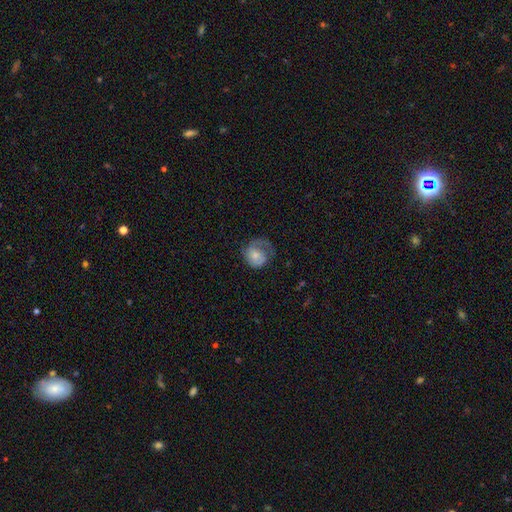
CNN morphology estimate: This appears to be a smooth galaxy with no disk features (48%). Merging: none (41%).